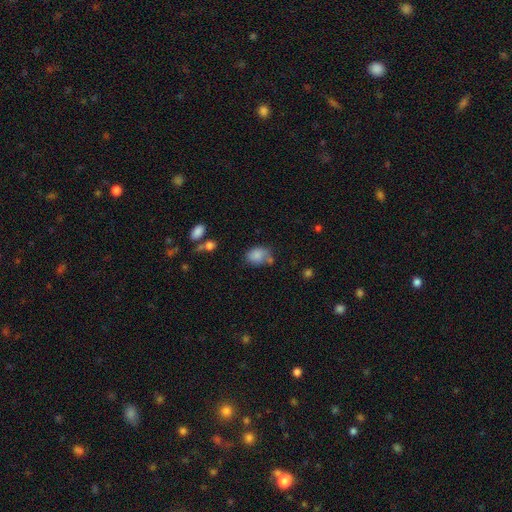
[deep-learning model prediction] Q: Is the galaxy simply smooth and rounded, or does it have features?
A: smooth — 81%.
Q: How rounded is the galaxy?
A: in between — 67%.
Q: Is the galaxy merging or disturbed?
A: none — 49%.